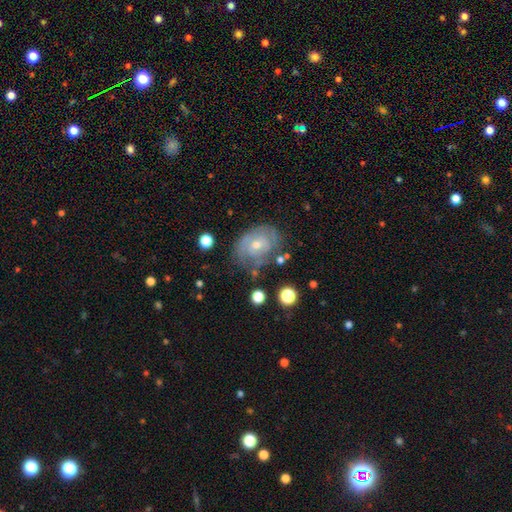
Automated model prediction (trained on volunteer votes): Morphology: type=featured or disk (62%); edge-on=no (96%); bar=no (75%); spiral arms=yes (66%); bulge=small (56%); merging=none (57%).